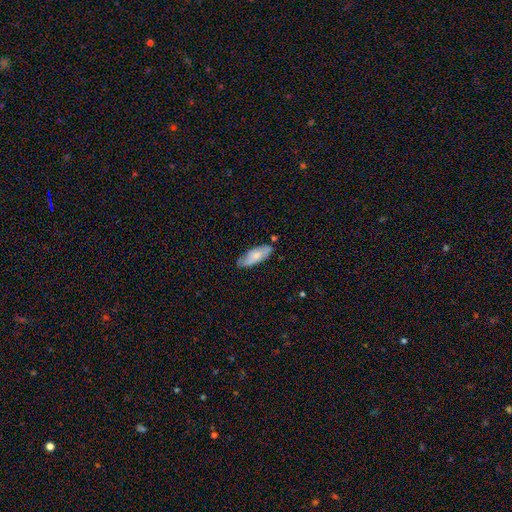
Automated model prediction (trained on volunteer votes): Smooth or featured: smooth — 70% (featured or disk — 25%)
How rounded: in between — 71% (cigar-shaped — 27%)
Merging: none — 72% (minor disturbance — 21%)